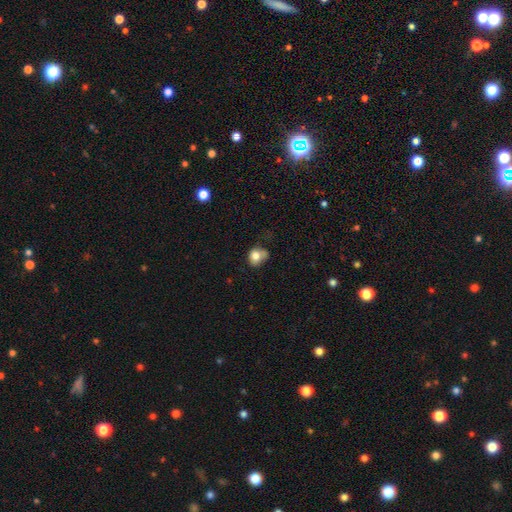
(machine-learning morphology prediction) A smooth galaxy with no disk features (76%) that is round (58%).

Vote fractions:
- Smooth or featured? smooth: 76% / featured or disk: 13% / star or artifact: 10%
- How rounded? round: 58% / in between: 42% / cigar-shaped: 1%
- Merging? none: 37% / minor disturbance: 32% / major disturbance: 18% / merger: 14%